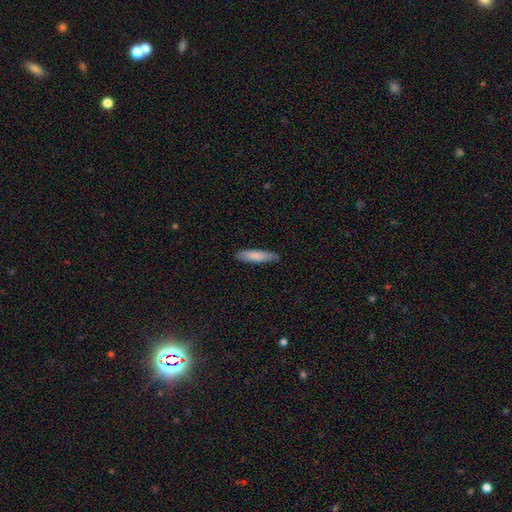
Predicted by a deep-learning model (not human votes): The model was most divided on "how rounded": cigar-shaped: 76%, in between: 22%, round: 1%. More confident: merging — none (84%); smooth or featured — smooth (81%).